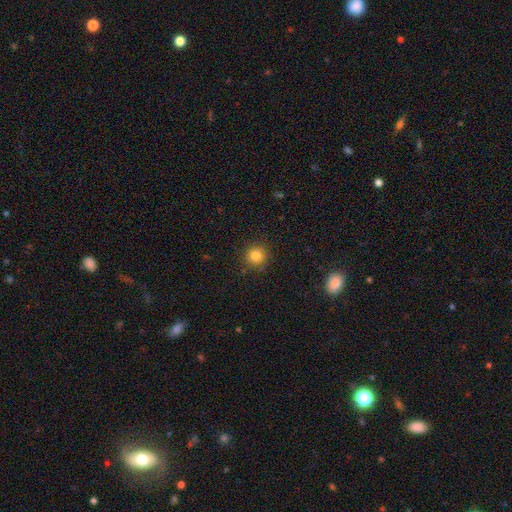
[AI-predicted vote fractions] Smooth or featured? smooth (83%)
How rounded? round (93%)
Merging? none (90%)